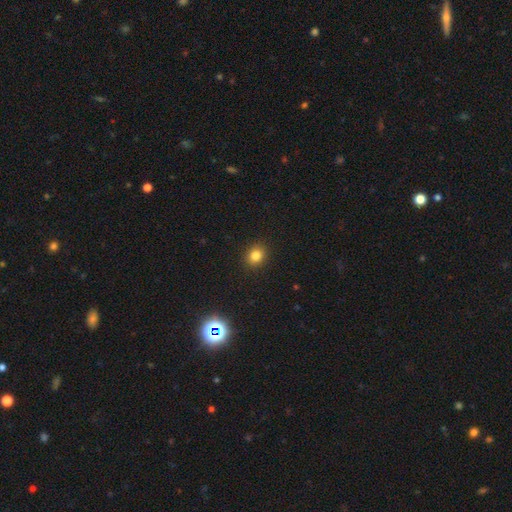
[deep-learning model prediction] smooth 82%, star or artifact 13%, featured or disk 5%. Down the decision tree: how rounded — round (68%); merging — none (91%).